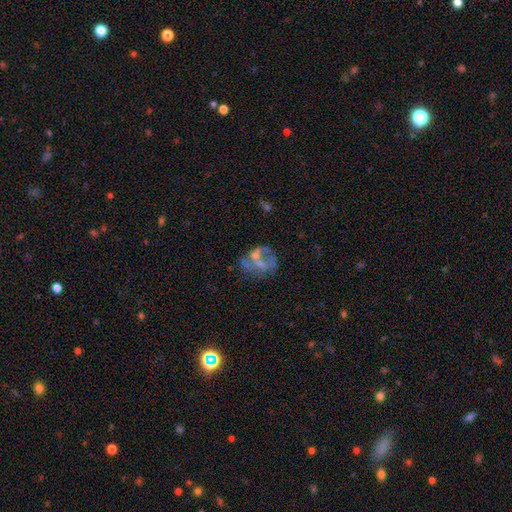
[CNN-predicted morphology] featured or disk 42%, star or artifact 31%, smooth 27%. Down the decision tree: merging — none (57%).